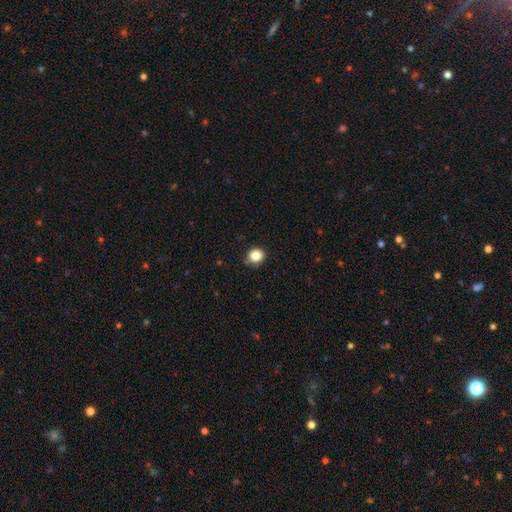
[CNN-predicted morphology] Q: Smooth or featured?
A: smooth (85%); runner-up: star or artifact (11%)
Q: How rounded?
A: round (87%); runner-up: in between (12%)
Q: Merging?
A: none (87%); runner-up: minor disturbance (10%)